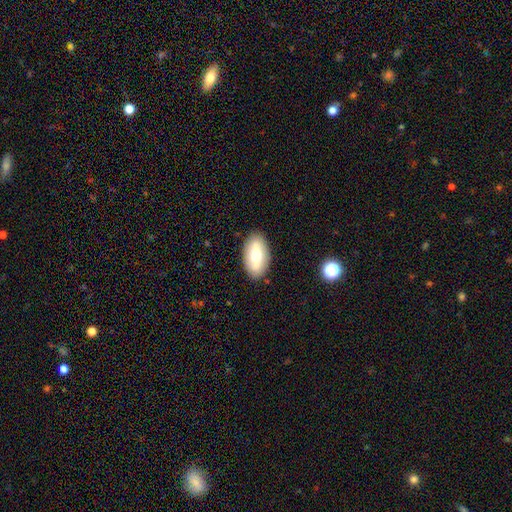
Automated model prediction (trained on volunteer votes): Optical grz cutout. It shows a smooth galaxy with no disk features (62%) that is in between round and cigar-shaped (92%). Merging: none (87%).